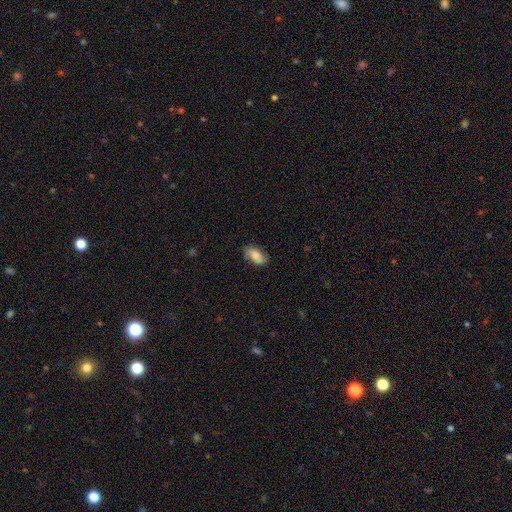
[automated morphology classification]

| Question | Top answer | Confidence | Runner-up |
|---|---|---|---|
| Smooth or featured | smooth | 74% | featured or disk (19%) |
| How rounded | in between | 92% | cigar-shaped (4%) |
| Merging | none | 81% | minor disturbance (15%) |